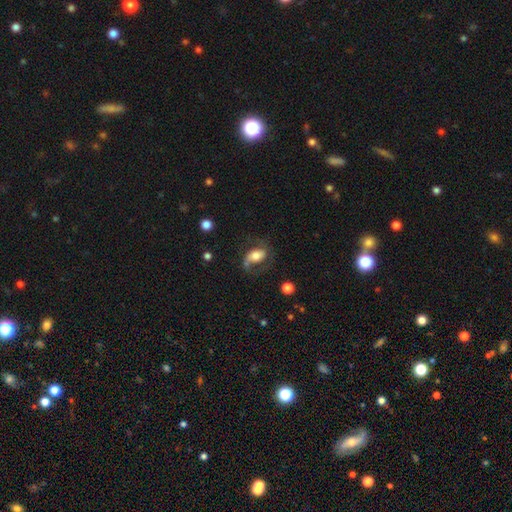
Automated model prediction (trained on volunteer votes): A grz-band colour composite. It shows a featured or disk galaxy (52%). Merging: none (52%).